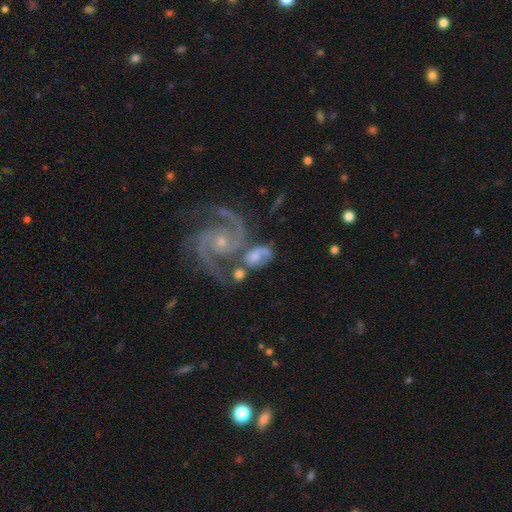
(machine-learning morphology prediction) Smooth or featured: featured or disk — 70% (smooth — 23%)
Edge-on disk: no — 97% (yes — 3%)
Bar: no — 64% (weak — 28%)
Spiral arms: yes — 91% (no — 9%)
Spiral winding: medium — 49% (tight — 31%)
Spiral arm count: 2 — 85% (can't tell — 6%)
Bulge size: small — 51% (moderate — 35%)
Merging: merger — 39% (none — 32%)